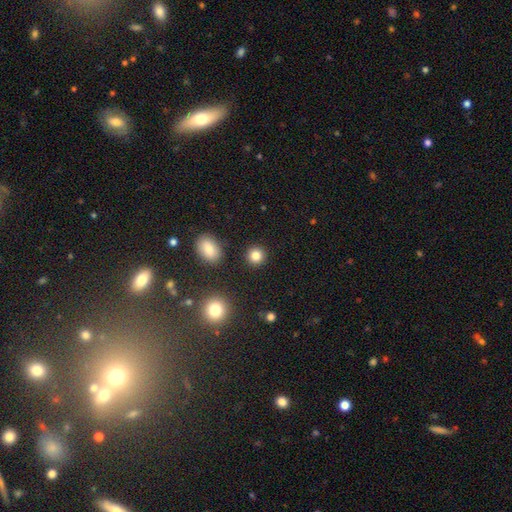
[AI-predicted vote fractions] Q: Smooth or featured?
A: smooth (83%); runner-up: star or artifact (11%)
Q: How rounded?
A: round (91%); runner-up: in between (8%)
Q: Merging?
A: none (91%); runner-up: minor disturbance (5%)